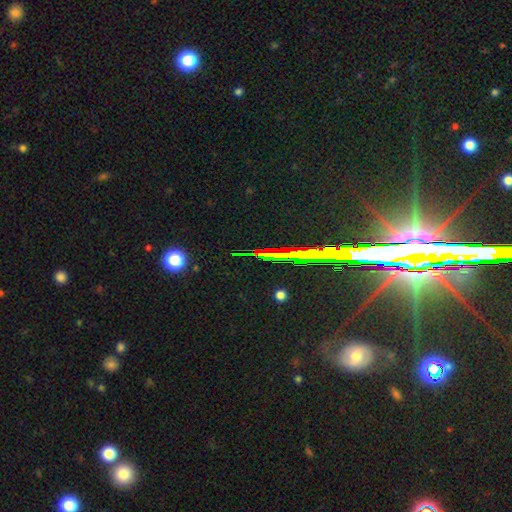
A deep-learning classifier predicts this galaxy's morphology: A star or artifact, not a galaxy (72%).

Vote fractions:
- Smooth or featured? star or artifact: 72% / featured or disk: 17% / smooth: 11%